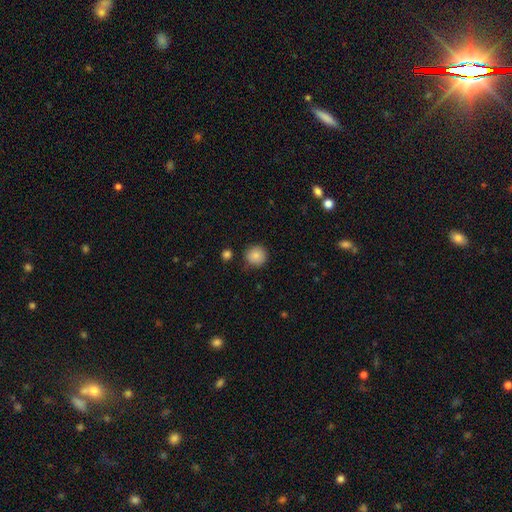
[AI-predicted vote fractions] smooth-or-featured: smooth: 86% | star or artifact: 9% | featured or disk: 5%
  how-rounded: round: 93% | in between: 6% | cigar-shaped: 1%
  merging: none: 85% | minor disturbance: 9% | major disturbance: 3% | merger: 2%